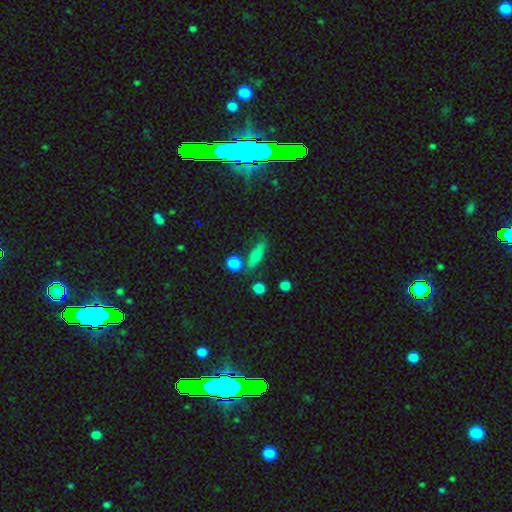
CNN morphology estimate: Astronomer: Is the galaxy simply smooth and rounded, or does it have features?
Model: smooth — 60%.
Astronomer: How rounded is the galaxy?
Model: cigar-shaped — 50% (runner-up: in between, 42%).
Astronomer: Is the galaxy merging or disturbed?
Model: none — 69%.